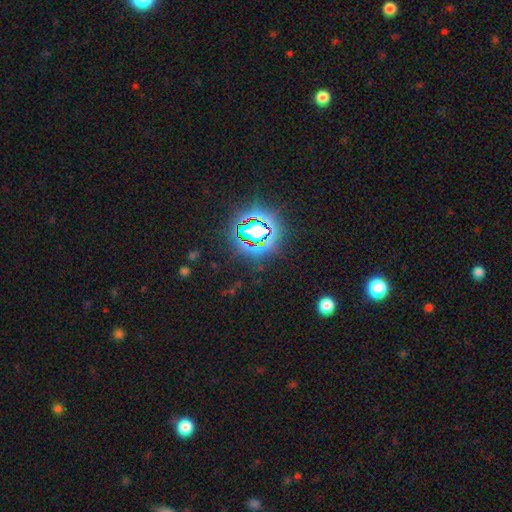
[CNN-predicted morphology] Q: Smooth or featured?
A: star or artifact (74%); runner-up: smooth (16%)